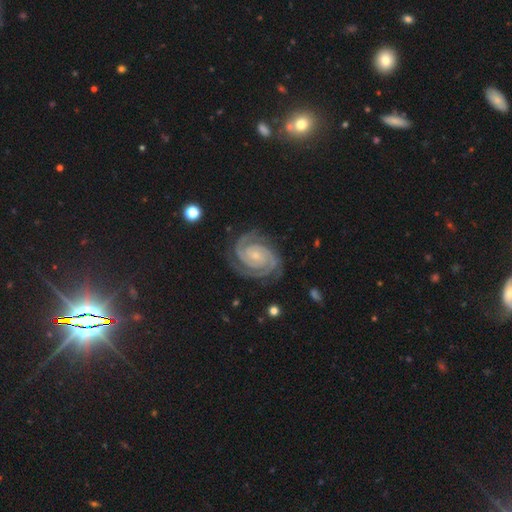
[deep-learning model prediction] This appears to be a featured or disk galaxy (93%) with no bar (65%), 2 (72%) tight (82%) spiral arms (99%) and a small central bulge (78%). Merging: none (82%).